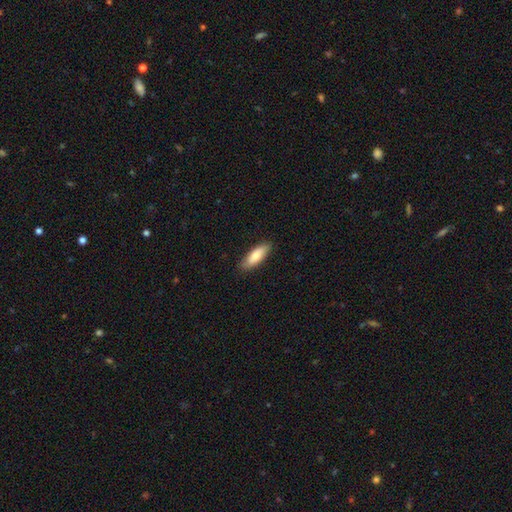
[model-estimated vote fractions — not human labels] This appears to be a smooth galaxy with no disk features (78%) that is in between round and cigar-shaped (64%). Merging: none (86%).